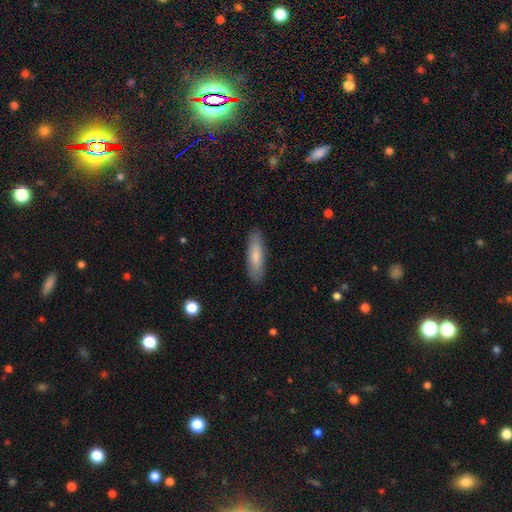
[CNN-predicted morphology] smooth-or-featured: smooth: 79% | featured or disk: 16% | star or artifact: 5%
  how-rounded: cigar-shaped: 67% | in between: 32% | round: 1%
  merging: none: 88% | minor disturbance: 9% | major disturbance: 2% | merger: 1%